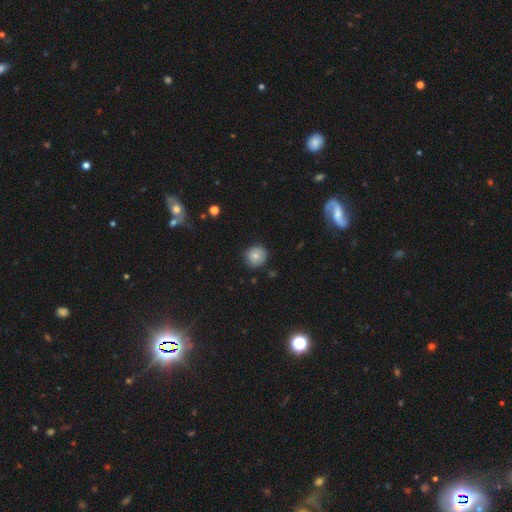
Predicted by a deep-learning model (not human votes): A smooth galaxy with no disk features (78%) that is round (92%). Merging: none (85%).